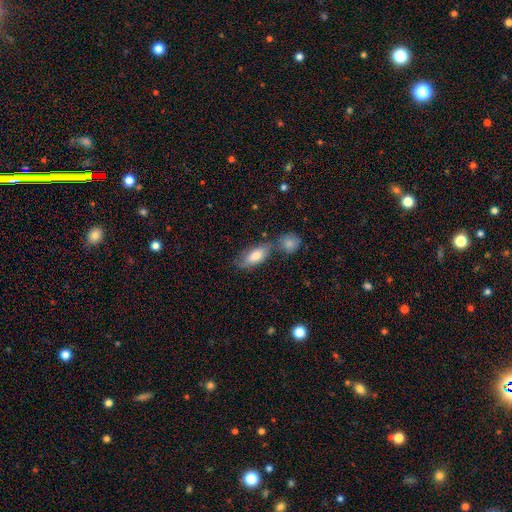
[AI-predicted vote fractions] Q: Smooth or featured?
A: smooth (76%); runner-up: featured or disk (17%)
Q: How rounded?
A: in between (83%); runner-up: cigar-shaped (14%)
Q: Merging?
A: none (54%); runner-up: merger (25%)